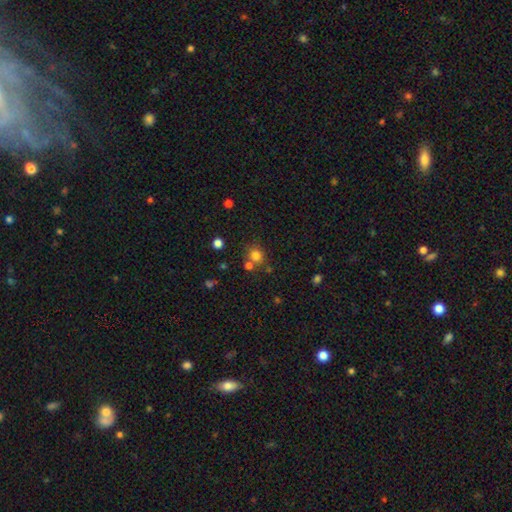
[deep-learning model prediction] smooth 78%, star or artifact 15%, featured or disk 7%. Down the decision tree: how rounded — round (83%); merging — none (65%).